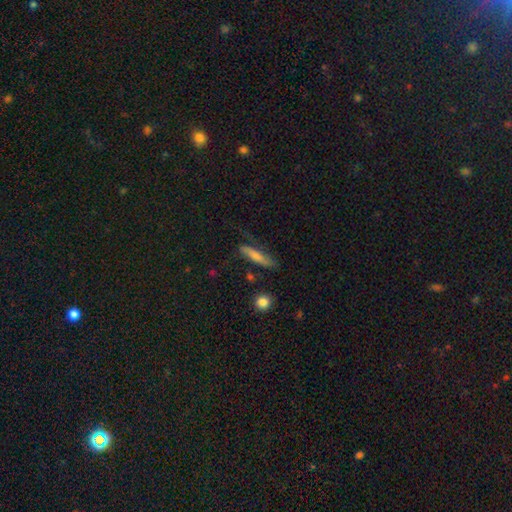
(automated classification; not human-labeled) Smooth or featured?
  - smooth: 56% *
  - featured or disk: 36%
  - star or artifact: 8%
How rounded?
  - cigar-shaped: 83% *
  - in between: 14%
  - round: 3%
Merging?
  - none: 68% *
  - minor disturbance: 22%
  - major disturbance: 7%
  - merger: 3%